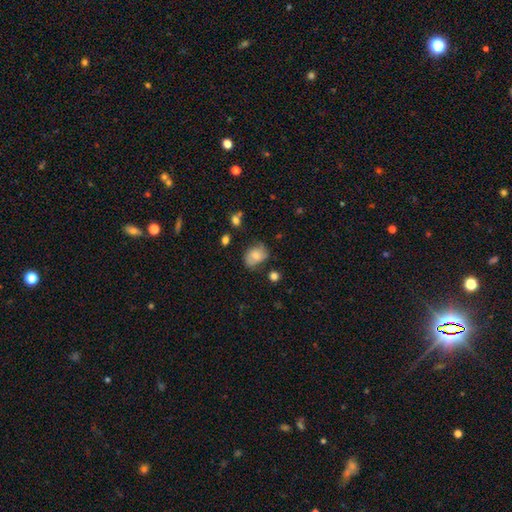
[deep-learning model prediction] Smooth or featured? smooth (68%)
How rounded? in between (65%)
Merging? none (58%)